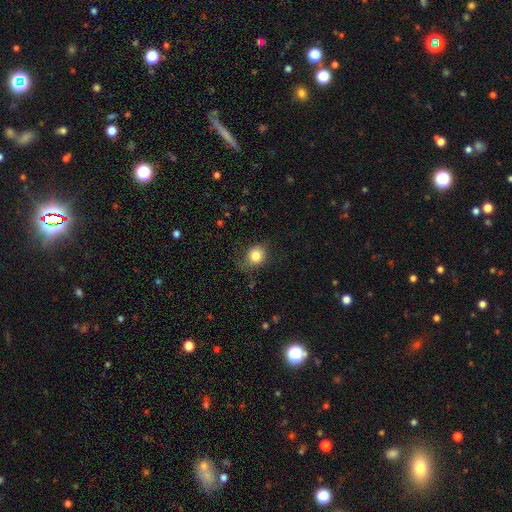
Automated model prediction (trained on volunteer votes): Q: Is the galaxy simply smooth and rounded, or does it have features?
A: smooth — 82%.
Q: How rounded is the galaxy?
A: round — 73%.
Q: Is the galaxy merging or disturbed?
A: none — 64%.